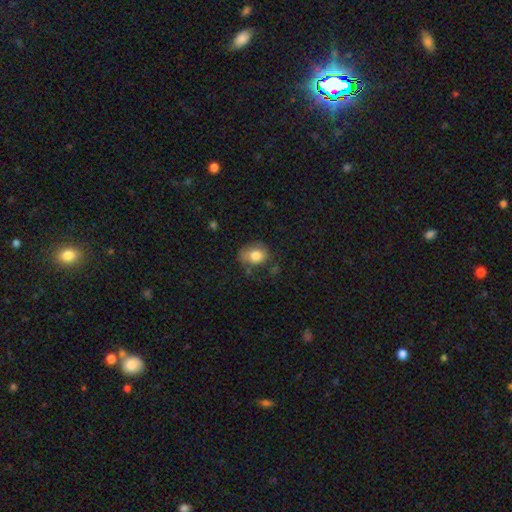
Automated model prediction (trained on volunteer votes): Q: Smooth or featured?
A: smooth (79%); runner-up: featured or disk (13%)
Q: How rounded?
A: in between (53%); runner-up: round (46%)
Q: Merging?
A: none (56%); runner-up: minor disturbance (29%)